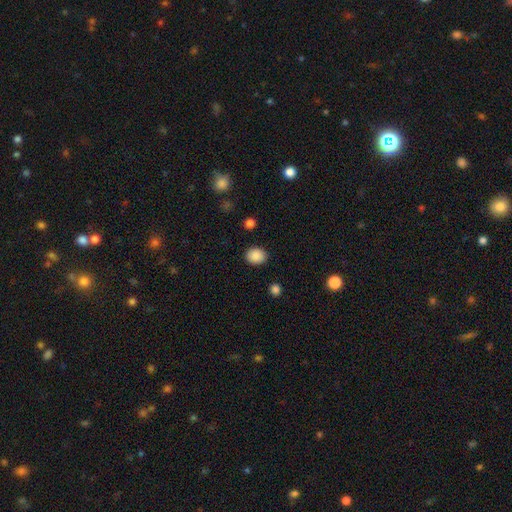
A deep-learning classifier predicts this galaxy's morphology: The model was most divided on "how rounded": round: 51%, in between: 48%, cigar-shaped: 1%. More confident: smooth or featured — smooth (89%); merging — none (88%).